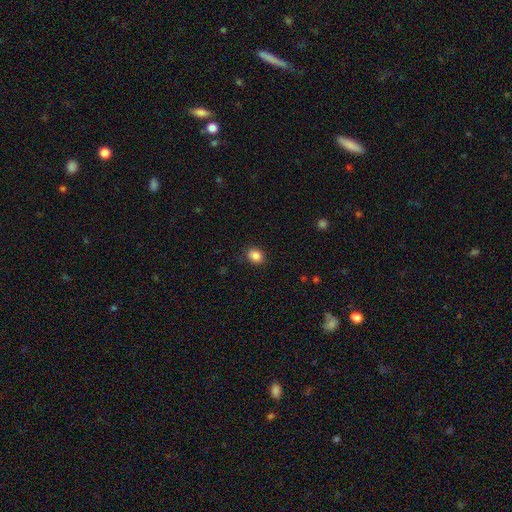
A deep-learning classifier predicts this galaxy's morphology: This is clearly a smooth galaxy (86%). How rounded: possibly in between (54%). Merging: clearly none (86%).